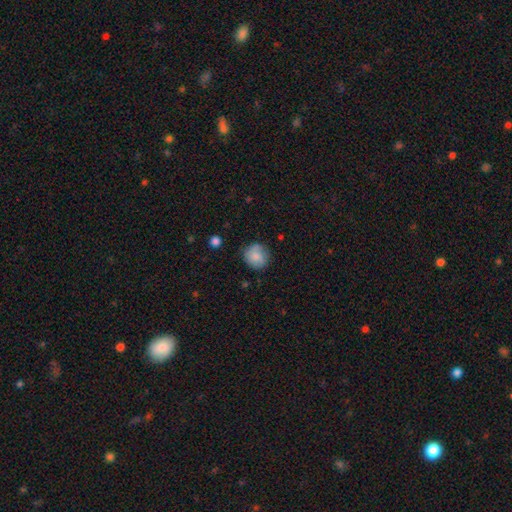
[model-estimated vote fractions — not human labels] smooth_or_featured: smooth (p=0.80) [alt: featured or disk p=0.12]
how_rounded: round (p=0.88) [alt: in between p=0.11]
merging: none (p=0.76) [alt: minor disturbance p=0.18]